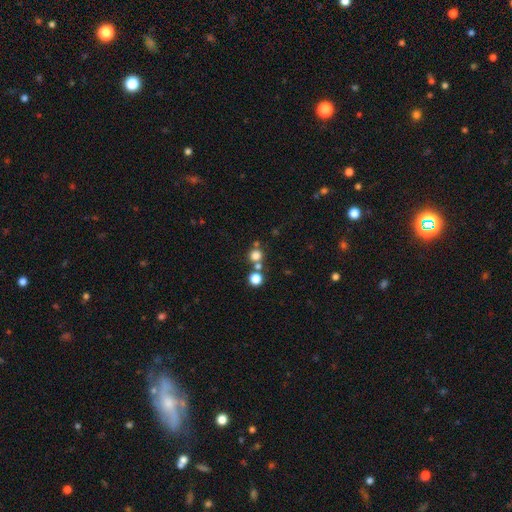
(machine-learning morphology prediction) smooth_or_featured: smooth (p=0.75) [alt: star or artifact p=0.17]
how_rounded: round (p=0.89) [alt: in between p=0.10]
merging: none (p=0.63) [alt: merger p=0.27]